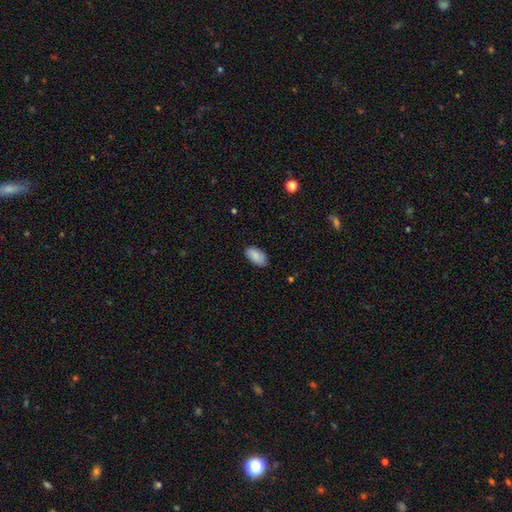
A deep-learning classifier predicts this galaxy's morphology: smooth 87%, featured or disk 7%, star or artifact 7%. Down the decision tree: how rounded — in between (95%); merging — none (85%).